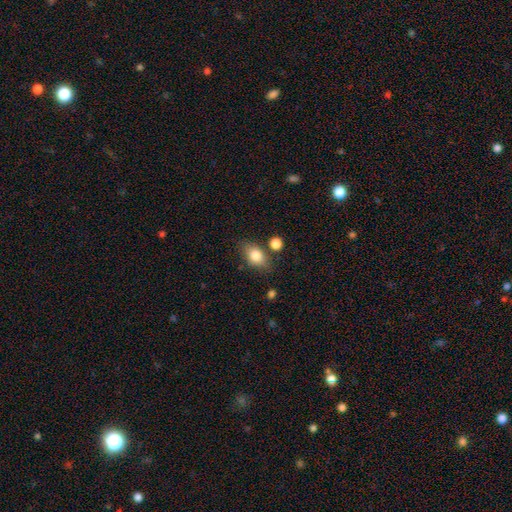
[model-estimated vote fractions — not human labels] Q: Smooth or featured?
A: smooth (81%); runner-up: featured or disk (11%)
Q: How rounded?
A: in between (82%); runner-up: round (15%)
Q: Merging?
A: none (74%); runner-up: minor disturbance (15%)